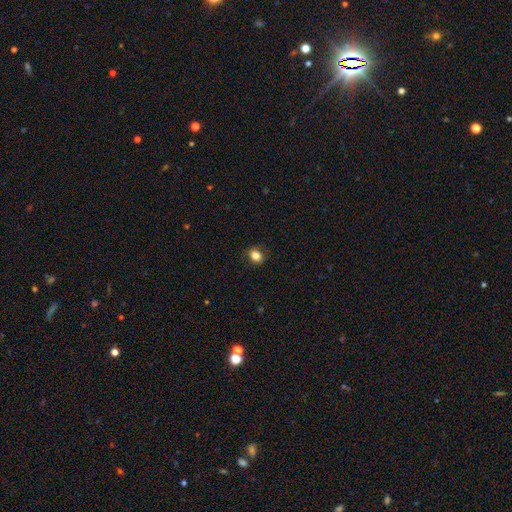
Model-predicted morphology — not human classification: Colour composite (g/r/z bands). It shows a smooth galaxy with no disk features (83%) that is round (53%). Merging: none (86%).